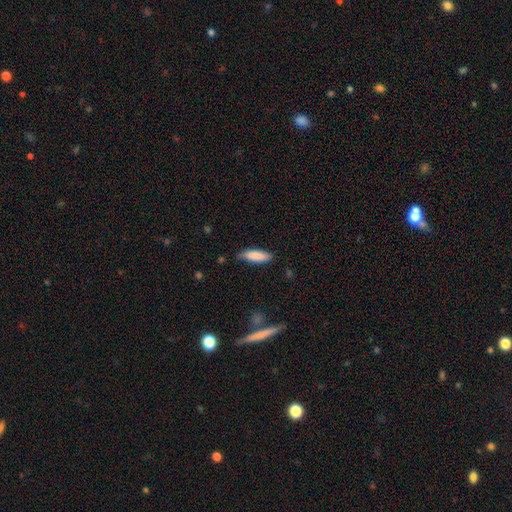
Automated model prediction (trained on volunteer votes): This appears to be a smooth galaxy with no disk features (84%) that is cigar-shaped (52%). Merging: none (78%).